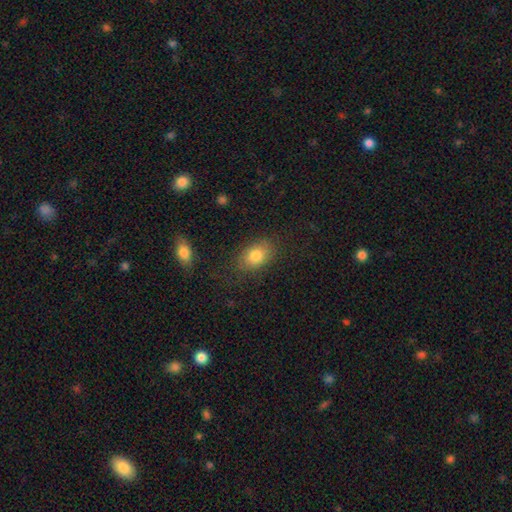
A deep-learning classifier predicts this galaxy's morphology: Smooth or featured? smooth (80%)
How rounded? in between (82%)
Merging? none (80%)